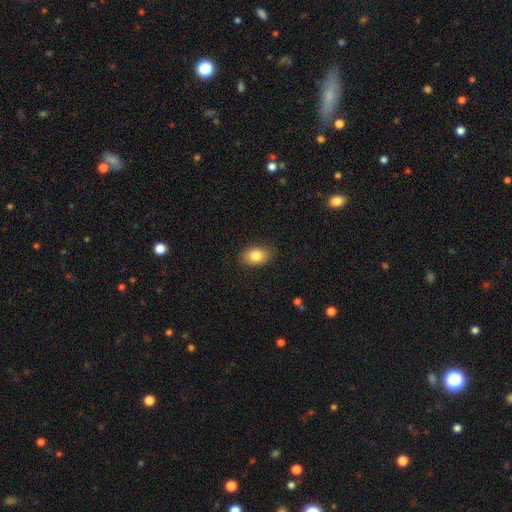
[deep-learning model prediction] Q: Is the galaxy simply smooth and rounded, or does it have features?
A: smooth — 83%.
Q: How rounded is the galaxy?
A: in between — 81%.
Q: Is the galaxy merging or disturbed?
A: none — 83%.